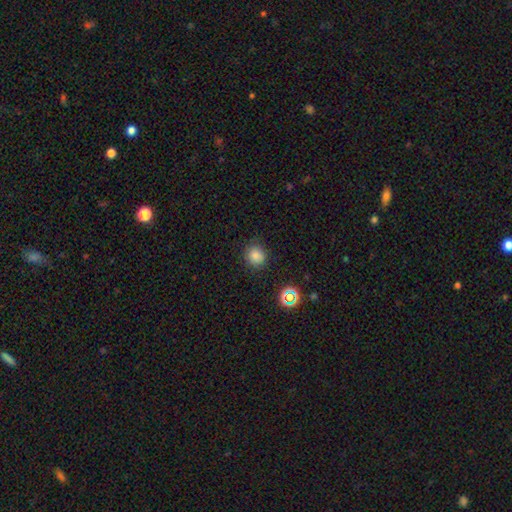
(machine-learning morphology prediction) smooth 81%, star or artifact 15%, featured or disk 5%. Down the decision tree: how rounded — round (87%); merging — none (85%).